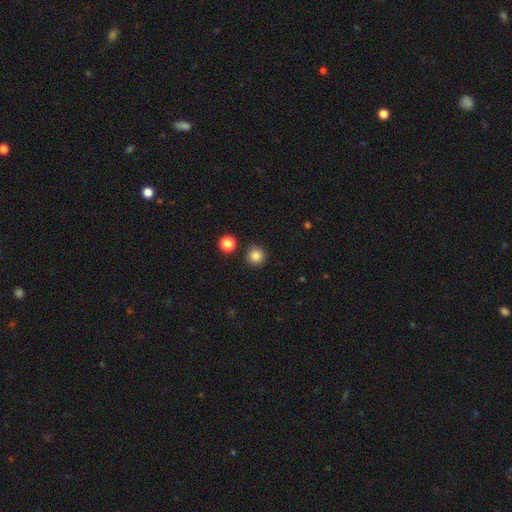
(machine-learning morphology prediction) Smooth or featured? Predicted: smooth (p=0.85). How rounded? Predicted: round (p=0.95). Merging? Predicted: none (p=0.89).